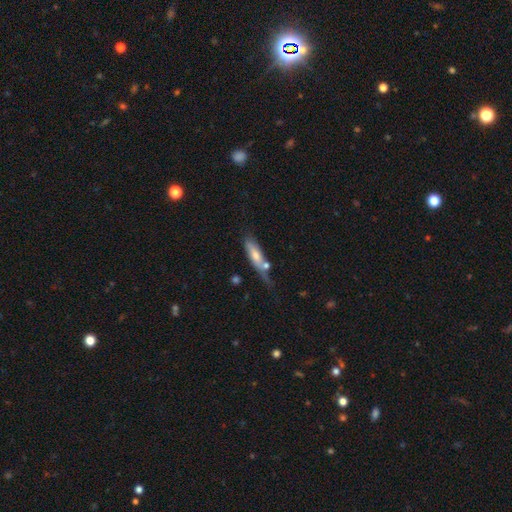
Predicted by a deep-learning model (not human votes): Smooth or featured?
  - smooth: 63% *
  - featured or disk: 30%
  - star or artifact: 6%
How rounded?
  - cigar-shaped: 59% *
  - in between: 38%
  - round: 2%
Merging?
  - none: 45% *
  - minor disturbance: 24%
  - merger: 21%
  - major disturbance: 10%